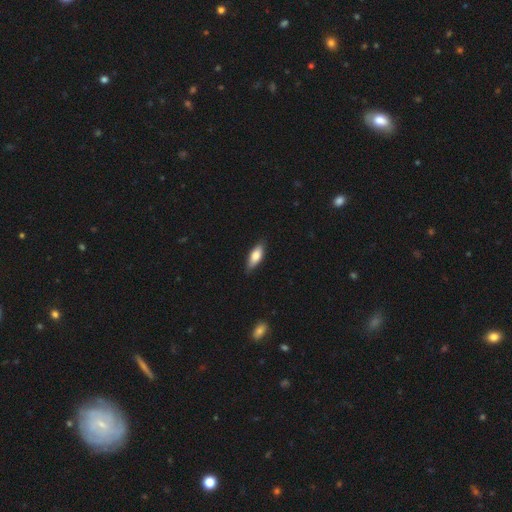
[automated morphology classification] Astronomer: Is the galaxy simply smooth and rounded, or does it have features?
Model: smooth — 75%.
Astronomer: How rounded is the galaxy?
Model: in between — 71%.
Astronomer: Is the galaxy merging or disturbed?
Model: none — 82%.